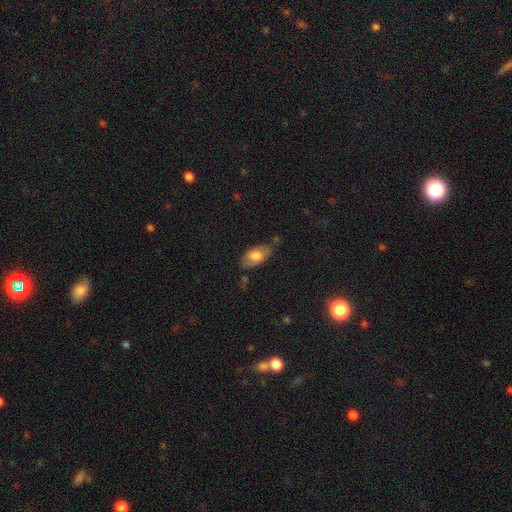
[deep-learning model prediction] Overall: smooth (70%). How rounded: in between (93%). Merging: none (65%).